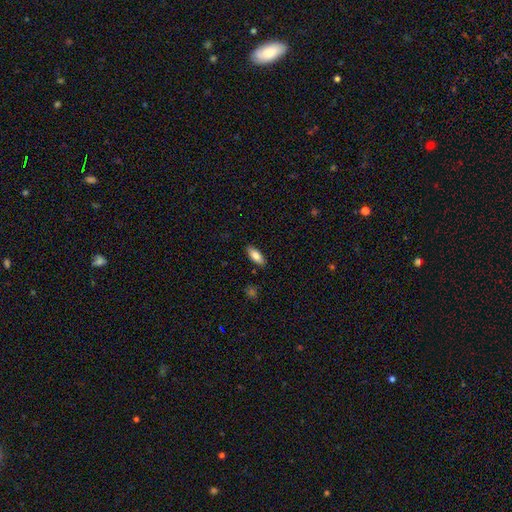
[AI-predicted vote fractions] Smooth or featured?
  - smooth: 81% *
  - featured or disk: 12%
  - star or artifact: 7%
How rounded?
  - in between: 80% *
  - cigar-shaped: 18%
  - round: 2%
Merging?
  - none: 87% *
  - minor disturbance: 9%
  - major disturbance: 2%
  - merger: 1%